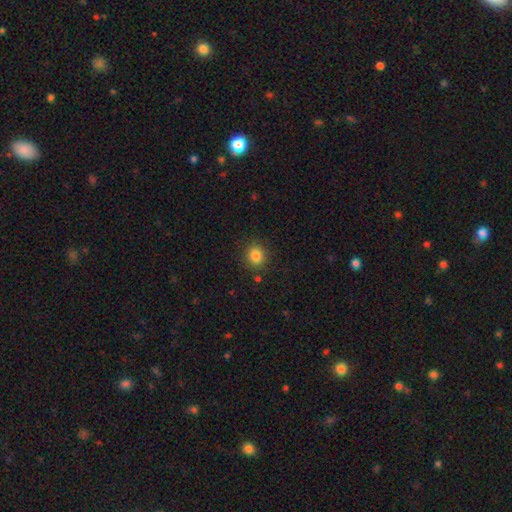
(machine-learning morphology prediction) A smooth galaxy with no disk features (84%) that is round (80%).

Vote fractions:
- Smooth or featured? smooth: 84% / star or artifact: 12% / featured or disk: 5%
- How rounded? round: 80% / in between: 20% / cigar-shaped: 1%
- Merging? none: 88% / minor disturbance: 8% / major disturbance: 3% / merger: 2%